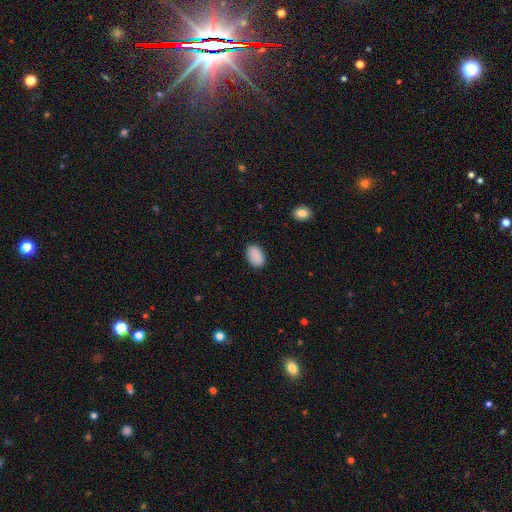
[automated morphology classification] Smooth or featured: smooth — 89% (star or artifact — 8%)
How rounded: in between — 90% (round — 9%)
Merging: none — 86% (minor disturbance — 11%)